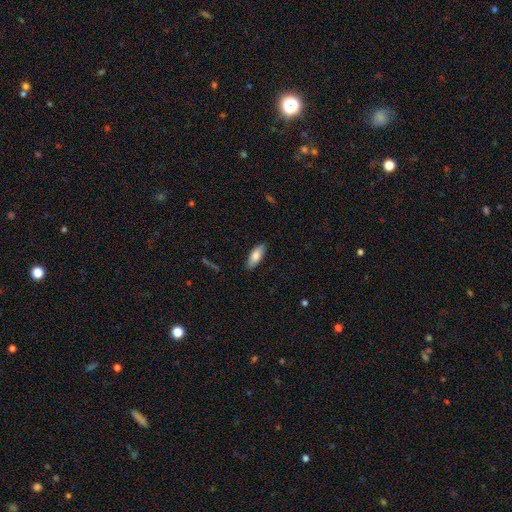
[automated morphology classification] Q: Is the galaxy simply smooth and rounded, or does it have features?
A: smooth — 80%.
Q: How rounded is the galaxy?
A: in between — 74%.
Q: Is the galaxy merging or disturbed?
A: none — 88%.